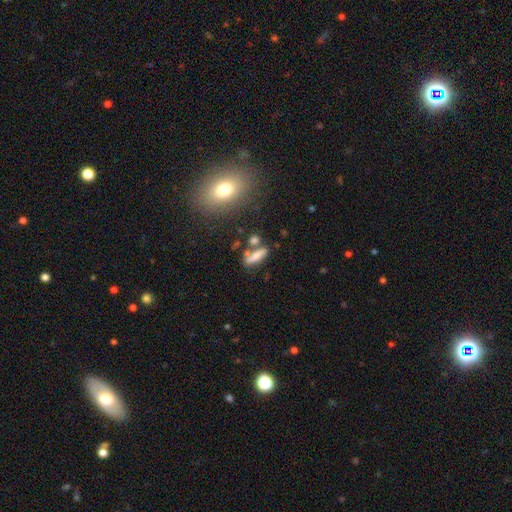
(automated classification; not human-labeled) Q: Smooth or featured?
A: smooth (67%); runner-up: featured or disk (22%)
Q: How rounded?
A: cigar-shaped (52%); runner-up: in between (43%)
Q: Merging?
A: none (54%); runner-up: merger (22%)